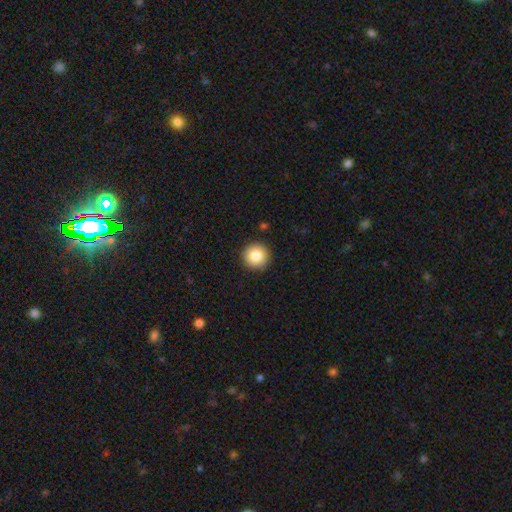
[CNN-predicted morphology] Smooth or featured?
  - smooth: 84% *
  - star or artifact: 9%
  - featured or disk: 7%
How rounded?
  - round: 96% *
  - in between: 3%
  - cigar-shaped: 1%
Merging?
  - none: 92% *
  - minor disturbance: 5%
  - major disturbance: 2%
  - merger: 1%